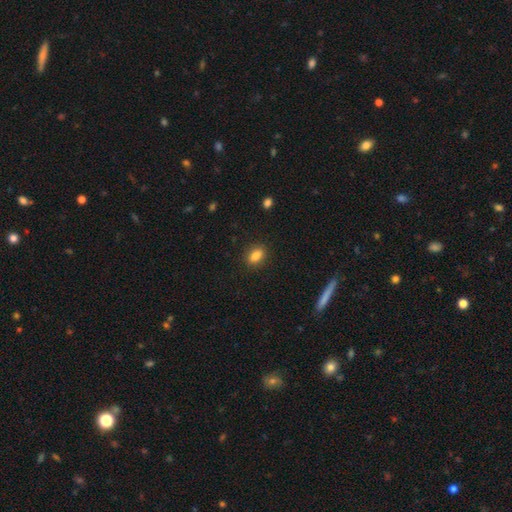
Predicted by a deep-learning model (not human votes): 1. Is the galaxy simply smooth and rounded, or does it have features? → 85% smooth, 9% star or artifact, 6% featured or disk.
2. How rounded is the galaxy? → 78% in between, 18% round, 4% cigar-shaped.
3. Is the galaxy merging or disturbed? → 88% none, 9% minor disturbance, 2% major disturbance, 1% merger.